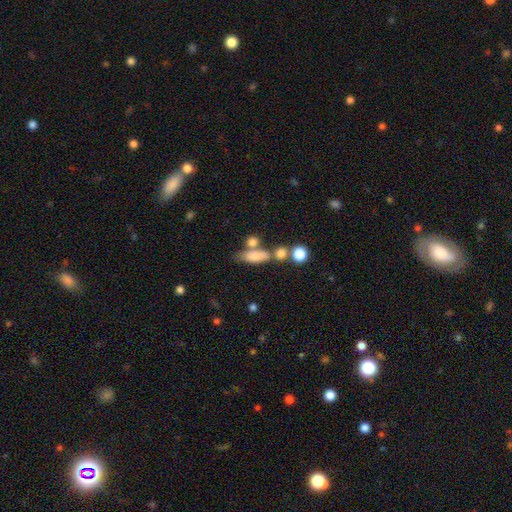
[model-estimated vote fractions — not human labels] Smooth or featured? Predicted: smooth (p=0.75). How rounded? Predicted: in between (p=0.58). Merging? Predicted: none (p=0.47).